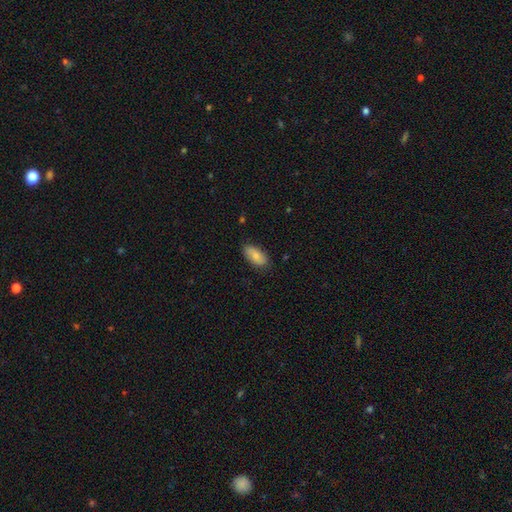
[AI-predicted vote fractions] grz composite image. It shows a smooth galaxy with no disk features (80%) that is in between round and cigar-shaped (91%). Merging: none (81%).